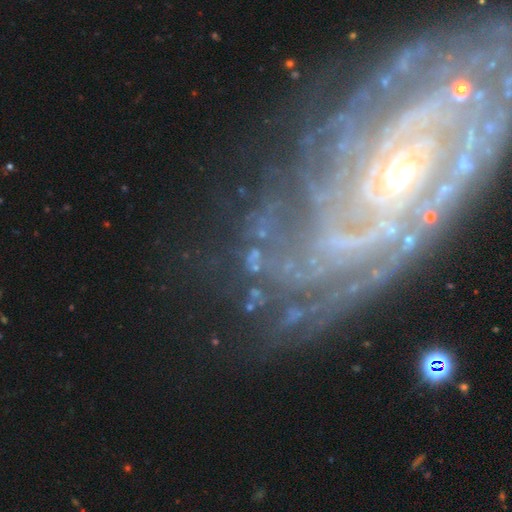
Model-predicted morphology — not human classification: Smooth or featured? Predicted: star or artifact (p=0.42).